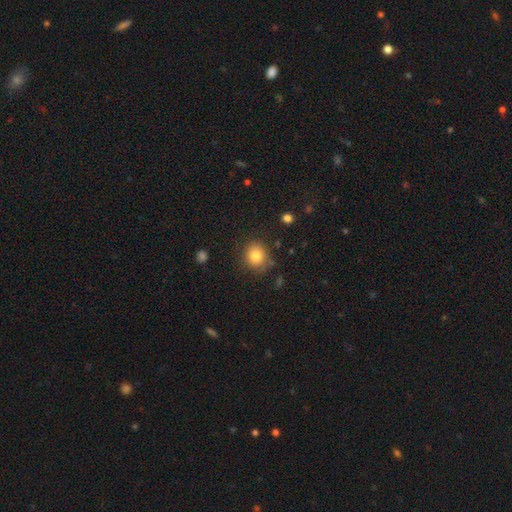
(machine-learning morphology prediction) Smooth or featured? smooth (81%)
How rounded? round (82%)
Merging? none (83%)